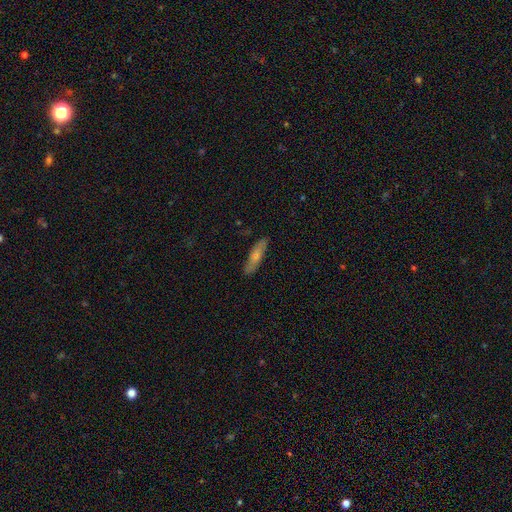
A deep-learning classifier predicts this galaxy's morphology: This is possibly a smooth galaxy (49%). Merging: clearly none (87%).